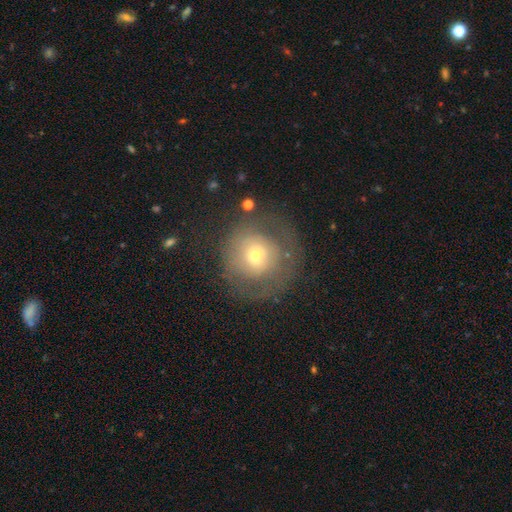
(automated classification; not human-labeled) This appears to be a smooth galaxy with no disk features (52%) that is round (92%). Merging: none (64%).